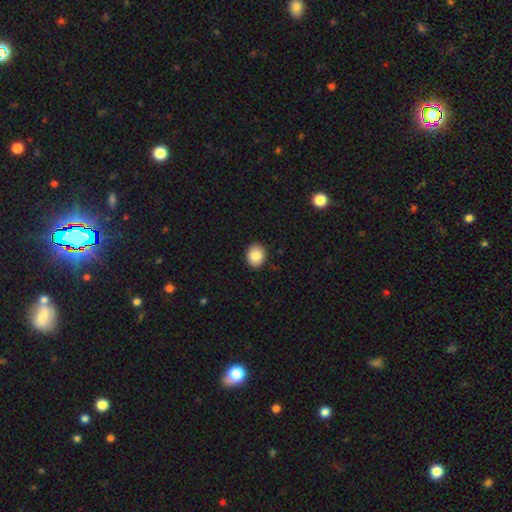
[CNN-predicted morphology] This is clearly a smooth galaxy (85%). How rounded: possibly round (55%). Merging: clearly none (90%).